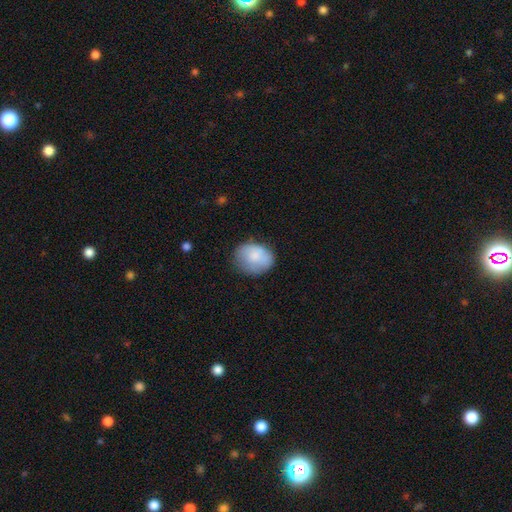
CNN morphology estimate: Smooth or featured? smooth (79%)
How rounded? round (55%)
Merging? none (67%)